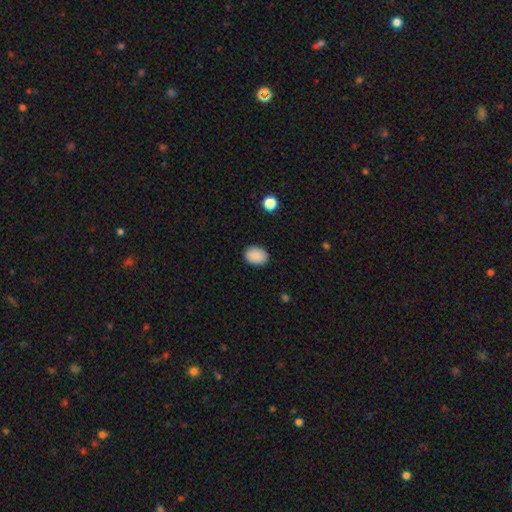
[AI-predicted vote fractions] Q: Smooth or featured?
A: smooth (89%); runner-up: star or artifact (7%)
Q: How rounded?
A: in between (76%); runner-up: round (24%)
Q: Merging?
A: none (88%); runner-up: minor disturbance (9%)